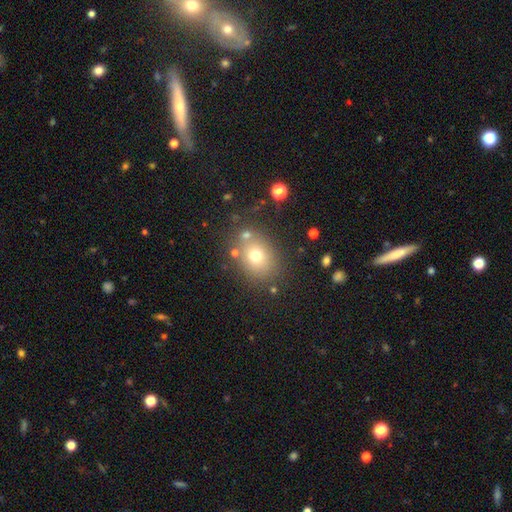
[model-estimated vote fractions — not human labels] smooth-or-featured: smooth: 70% | star or artifact: 16% | featured or disk: 14%
  how-rounded: round: 53% | in between: 46% | cigar-shaped: 1%
  merging: none: 76% | minor disturbance: 12% | merger: 8% | major disturbance: 5%